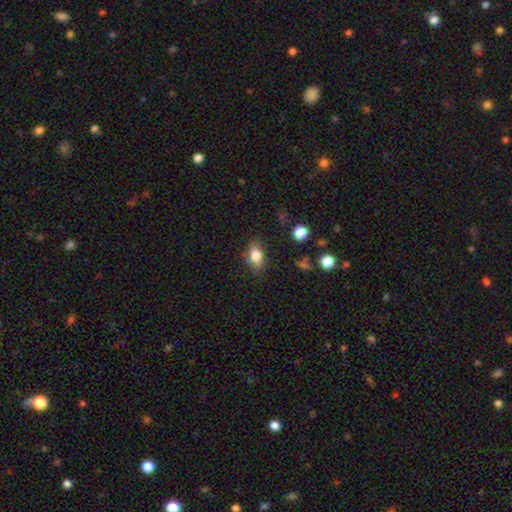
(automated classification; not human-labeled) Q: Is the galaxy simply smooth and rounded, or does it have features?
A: smooth — 80%.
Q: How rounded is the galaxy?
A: in between — 84%.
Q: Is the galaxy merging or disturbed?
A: none — 75%.